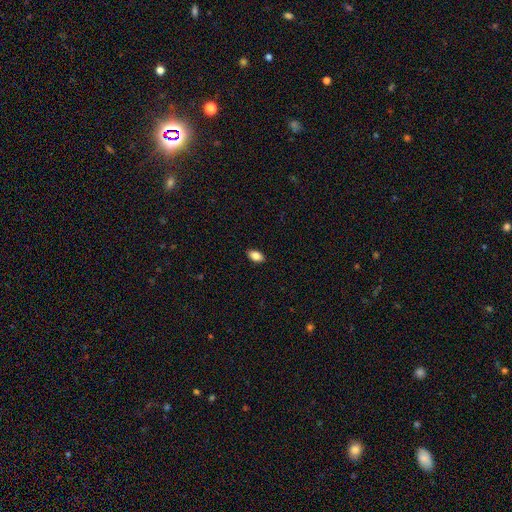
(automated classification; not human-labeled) This is clearly a smooth galaxy (83%). How rounded: clearly in between (90%). Merging: clearly none (89%).